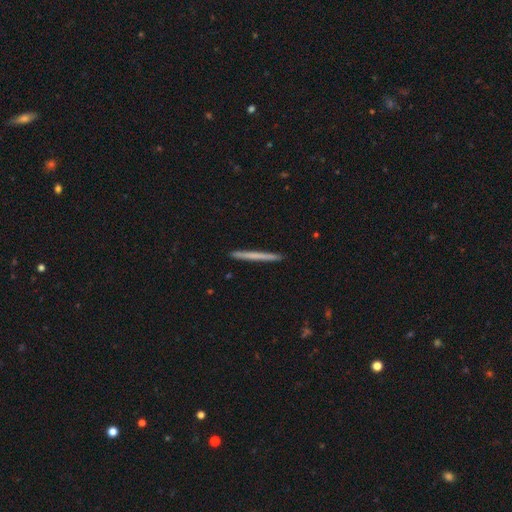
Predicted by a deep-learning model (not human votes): The model was most divided on "smooth or featured": smooth: 59%, featured or disk: 35%, star or artifact: 5%. More confident: how rounded — cigar-shaped (97%); merging — none (93%).